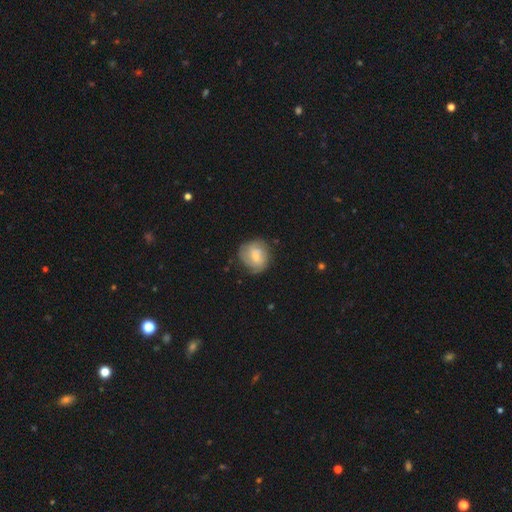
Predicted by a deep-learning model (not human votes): Smooth or featured?
  - smooth: 50% *
  - featured or disk: 43%
  - star or artifact: 7%
How rounded?
  - round: 81% *
  - in between: 18%
  - cigar-shaped: 1%
Merging?
  - none: 68% *
  - minor disturbance: 23%
  - major disturbance: 7%
  - merger: 2%